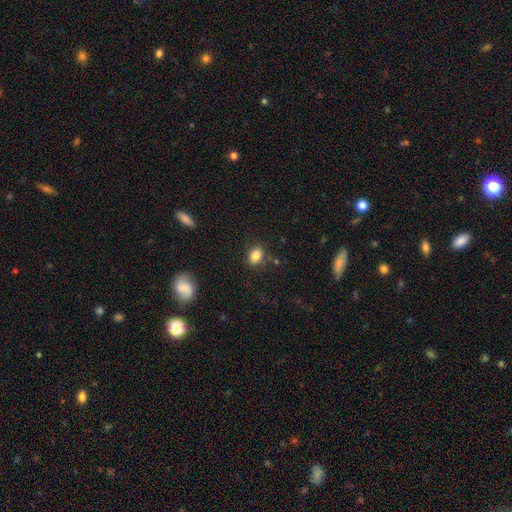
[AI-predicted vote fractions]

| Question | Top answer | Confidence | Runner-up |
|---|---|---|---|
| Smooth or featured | smooth | 84% | star or artifact (10%) |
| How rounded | in between | 67% | round (32%) |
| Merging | none | 82% | minor disturbance (12%) |